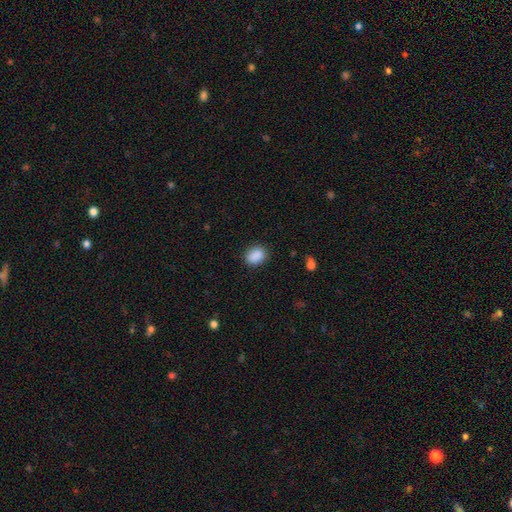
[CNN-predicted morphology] Smooth or featured: smooth — 89% (star or artifact — 8%)
How rounded: in between — 63% (round — 36%)
Merging: none — 86% (minor disturbance — 10%)